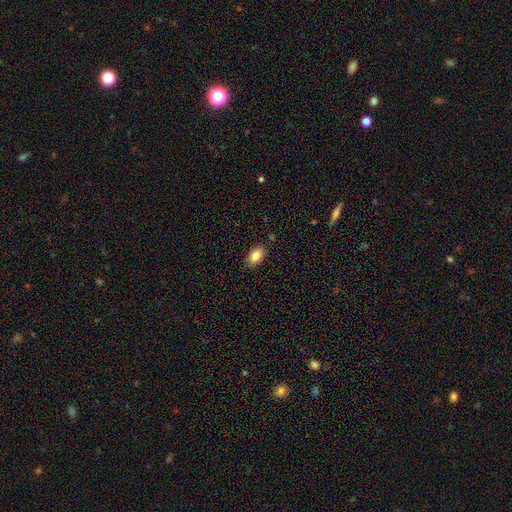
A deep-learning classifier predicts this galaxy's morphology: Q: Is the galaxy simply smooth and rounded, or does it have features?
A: smooth — 84%.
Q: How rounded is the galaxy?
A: in between — 91%.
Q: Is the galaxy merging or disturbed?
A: none — 87%.